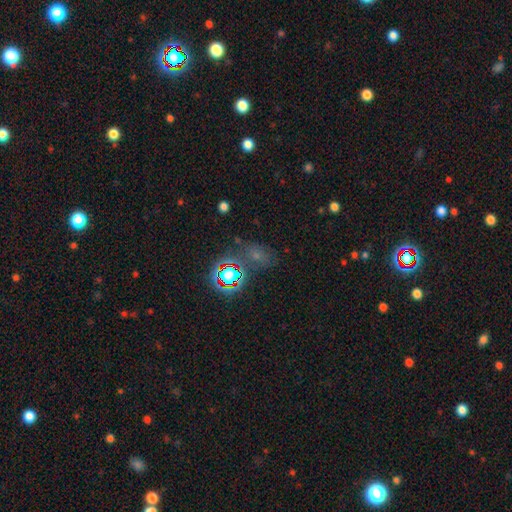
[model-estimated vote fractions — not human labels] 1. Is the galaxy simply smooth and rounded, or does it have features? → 52% star or artifact, 34% smooth, 14% featured or disk.